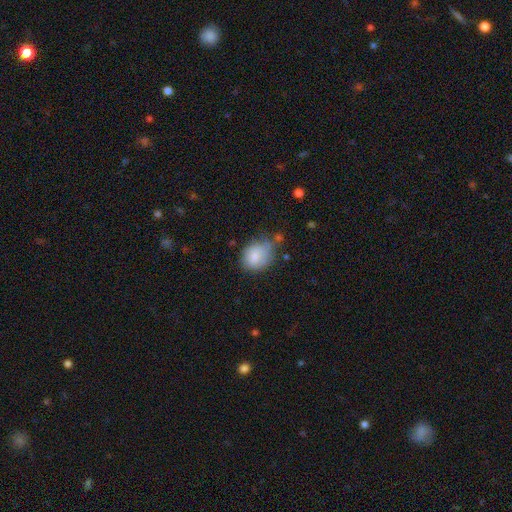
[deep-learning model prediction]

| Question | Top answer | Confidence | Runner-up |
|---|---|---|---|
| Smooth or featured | smooth | 80% | featured or disk (13%) |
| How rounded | in between | 56% | round (43%) |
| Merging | none | 44% | minor disturbance (36%) |